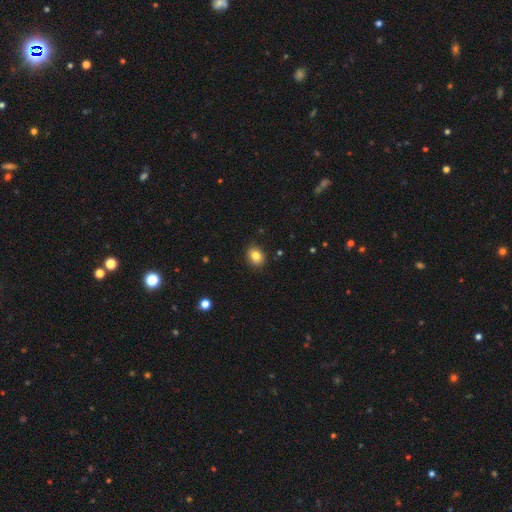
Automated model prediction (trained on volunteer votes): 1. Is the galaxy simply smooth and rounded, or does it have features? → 83% smooth, 10% star or artifact, 7% featured or disk.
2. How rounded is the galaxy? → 53% round, 46% in between, 1% cigar-shaped.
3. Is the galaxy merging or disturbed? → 86% none, 10% minor disturbance, 2% major disturbance, 1% merger.